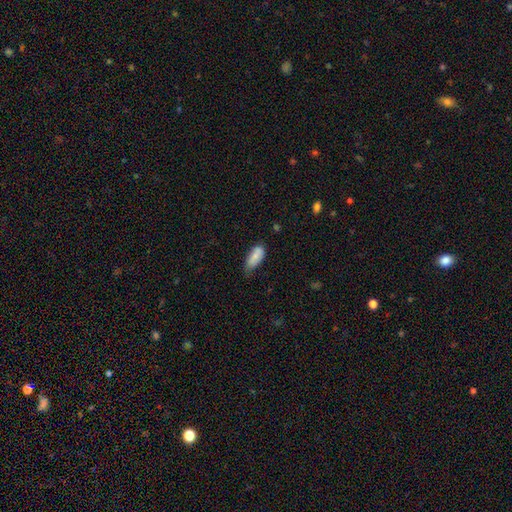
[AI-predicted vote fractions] smooth 81%, featured or disk 13%, star or artifact 7%. Down the decision tree: how rounded — in between (87%); merging — none (50%).